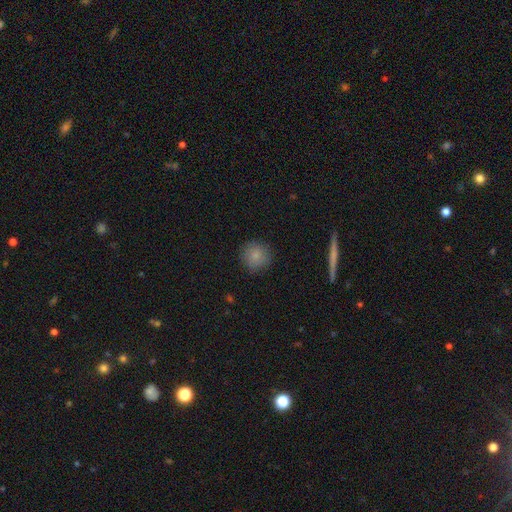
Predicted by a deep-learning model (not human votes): This is clearly a smooth galaxy (84%). How rounded: clearly round (93%). Merging: clearly none (85%).